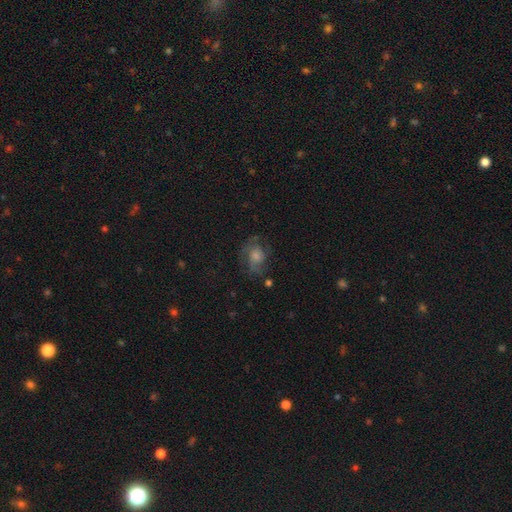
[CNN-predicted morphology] Smooth or featured: featured or disk — 53% (smooth — 30%)
Edge-on disk: no — 96% (yes — 4%)
Bar: no — 77% (weak — 20%)
Spiral arms: yes — 80% (no — 20%)
Bulge size: moderate — 43% (small — 24%)
Merging: none — 66% (minor disturbance — 19%)